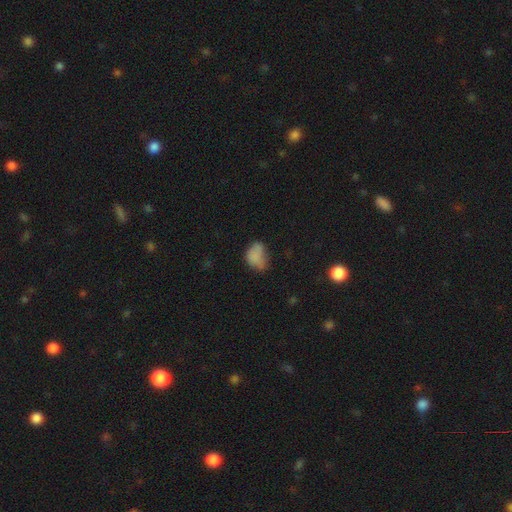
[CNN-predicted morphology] smooth 76%, featured or disk 13%, star or artifact 11%. Down the decision tree: how rounded — in between (79%); merging — none (38%, tied with minor disturbance).